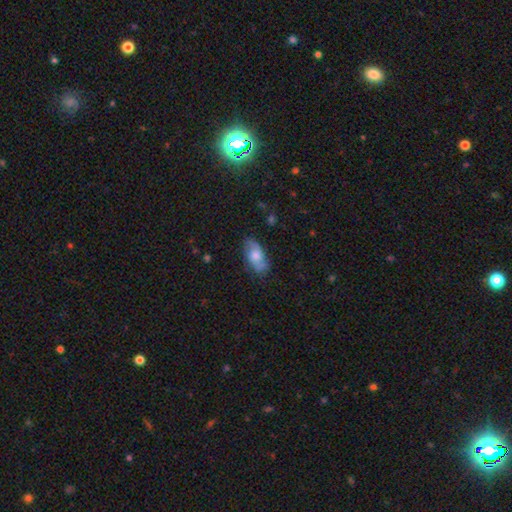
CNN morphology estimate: The model was most divided on "smooth or featured": featured or disk: 53%, smooth: 39%, star or artifact: 9%. More confident: edge-on disk — no (89%); merging — none (76%).